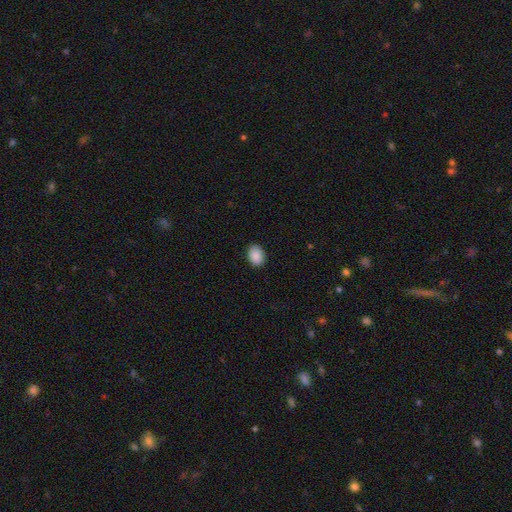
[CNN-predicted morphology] A smooth galaxy with no disk features (90%) that is in between round and cigar-shaped (75%).

Vote fractions:
- Smooth or featured? smooth: 90% / star or artifact: 7% / featured or disk: 3%
- How rounded? in between: 75% / round: 24% / cigar-shaped: 1%
- Merging? none: 90% / minor disturbance: 8% / major disturbance: 2% / merger: 1%